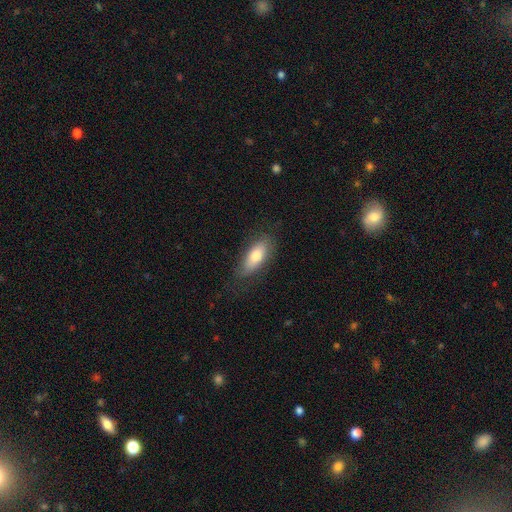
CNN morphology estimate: smooth 75%, featured or disk 19%, star or artifact 6%. Down the decision tree: how rounded — in between (77%); merging — none (76%).